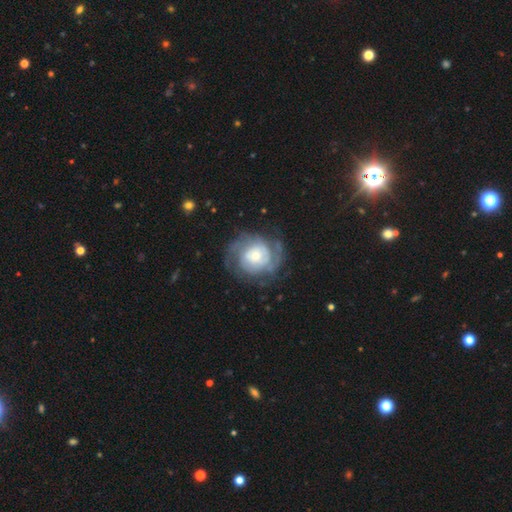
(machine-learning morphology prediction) Smooth or featured? Predicted: featured or disk (p=0.74). Edge-on disk? Predicted: no (p=0.98). Bar? Predicted: no (p=0.77). Spiral arms? Predicted: yes (p=0.86). Spiral winding? Predicted: tight (p=0.61). Spiral arm count? Predicted: can't tell (p=0.41). Bulge size? Predicted: moderate (p=0.44). Merging? Predicted: none (p=0.66).